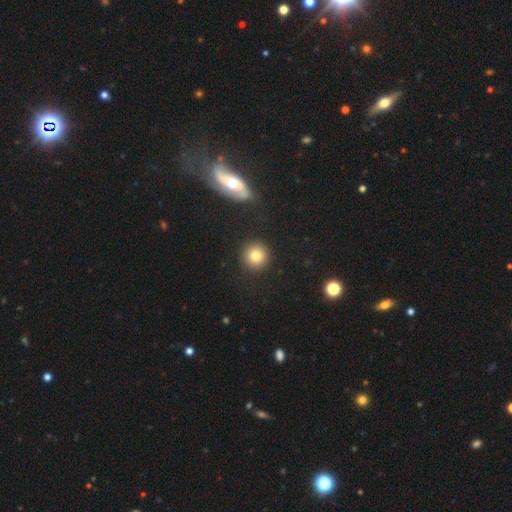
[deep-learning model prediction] Smooth or featured? smooth (81%)
How rounded? round (94%)
Merging? none (89%)